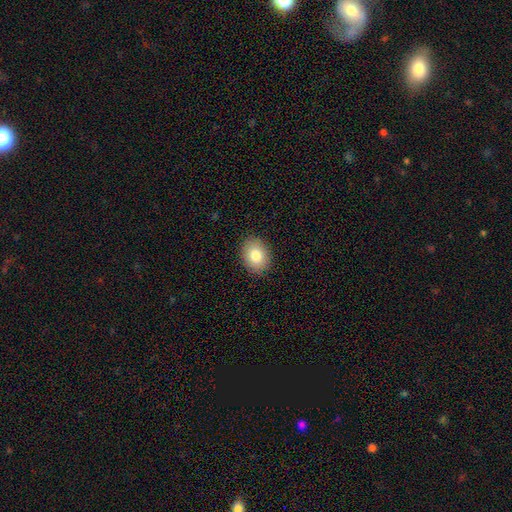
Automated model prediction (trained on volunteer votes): Smooth or featured? Predicted: smooth (p=0.82). How rounded? Predicted: in between (p=0.63). Merging? Predicted: none (p=0.89).